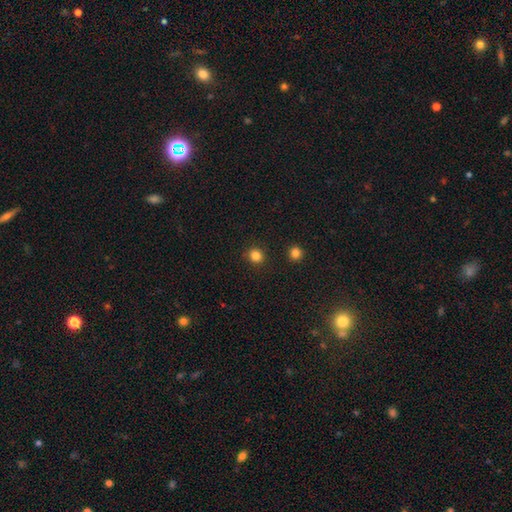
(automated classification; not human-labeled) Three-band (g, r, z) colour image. It shows a smooth galaxy with no disk features (83%) that is round (90%). Merging: none (90%).